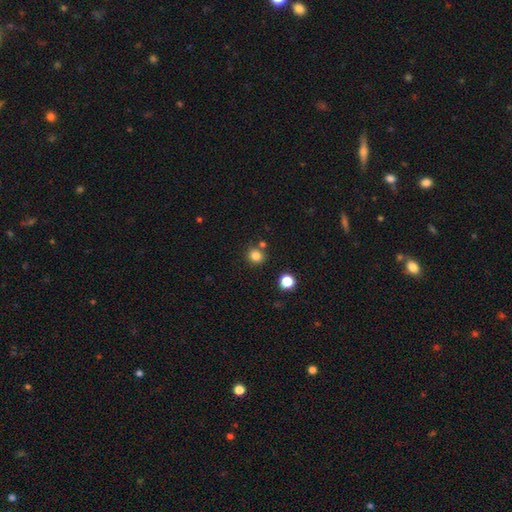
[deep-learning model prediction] smooth-or-featured: smooth: 82% | star or artifact: 13% | featured or disk: 5%
  how-rounded: round: 87% | in between: 12% | cigar-shaped: 1%
  merging: none: 79% | merger: 9% | minor disturbance: 9% | major disturbance: 3%